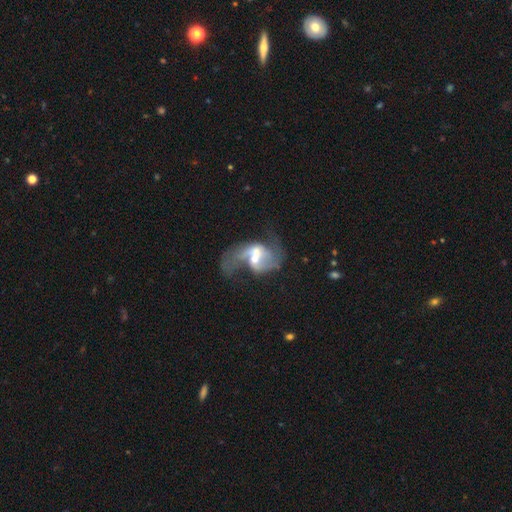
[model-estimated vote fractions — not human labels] A featured or disk galaxy (78%) with no bar (43%), 2 (76%) loose (69%) spiral arms (83%) and a moderate central bulge (55%).

Vote fractions:
- Smooth or featured? featured or disk: 78% / smooth: 15% / star or artifact: 7%
- Edge-on disk? no: 97% / yes: 3%
- Bar? no: 43% / weak: 42% / strong: 16%
- Spiral arms? yes: 83% / no: 17%
- Spiral winding? loose: 69% / medium: 26% / tight: 6%
- Spiral arm count? 2: 76% / 1: 12% / can't tell: 7% / 3: 2% / 4: 1% / more than 4: 1%
- Bulge size? moderate: 55% / small: 28% / large: 10% / none: 5% / dominant: 2%
- Merging? merger: 46% / major disturbance: 23% / none: 21% / minor disturbance: 10%